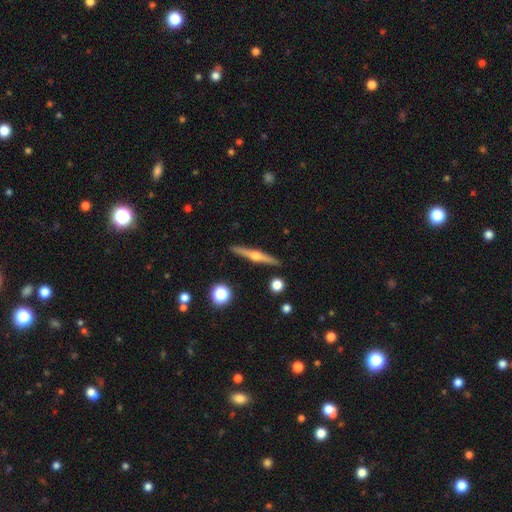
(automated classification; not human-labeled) smooth_or_featured: featured or disk (p=0.74) [alt: smooth p=0.20]
disk_edge_on: yes (p=0.98) [alt: no p=0.02]
edge_on_bulge: rounded (p=0.93) [alt: none p=0.04]
merging: none (p=0.91) [alt: minor disturbance p=0.06]